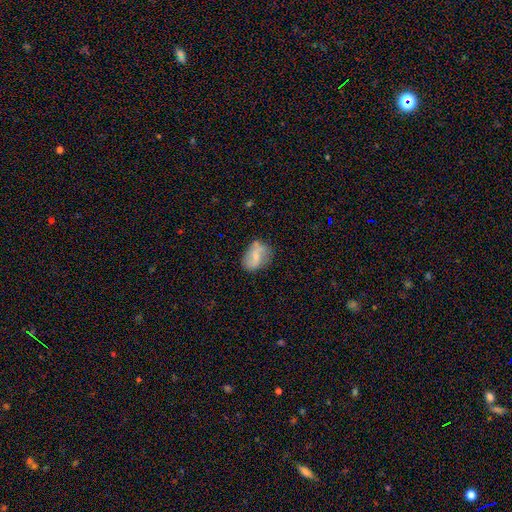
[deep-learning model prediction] A featured or disk galaxy (50%). Merging: none (61%).